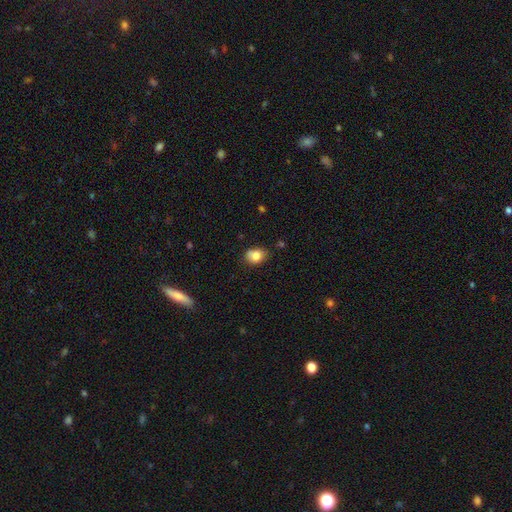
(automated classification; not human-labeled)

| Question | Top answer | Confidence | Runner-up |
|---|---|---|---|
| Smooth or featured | smooth | 82% | star or artifact (9%) |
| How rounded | in between | 57% | round (42%) |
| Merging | none | 65% | minor disturbance (26%) |